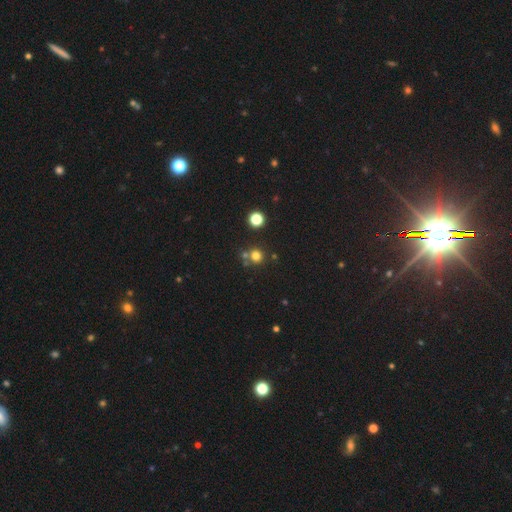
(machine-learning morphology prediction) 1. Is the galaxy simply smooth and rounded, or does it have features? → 74% smooth, 19% star or artifact, 7% featured or disk.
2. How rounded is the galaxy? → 91% round, 8% in between, 1% cigar-shaped.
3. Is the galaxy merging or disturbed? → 68% none, 21% merger, 8% minor disturbance, 3% major disturbance.